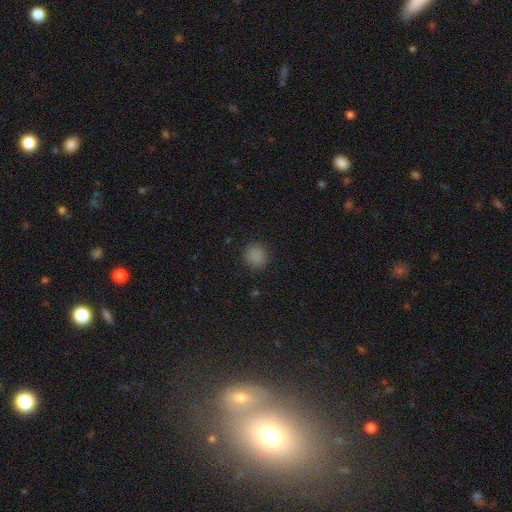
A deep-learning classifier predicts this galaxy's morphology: A smooth galaxy with no disk features (85%) that is round (85%).

Vote fractions:
- Smooth or featured? smooth: 85% / star or artifact: 12% / featured or disk: 3%
- How rounded? round: 85% / in between: 14% / cigar-shaped: 1%
- Merging? none: 88% / minor disturbance: 9% / major disturbance: 3% / merger: 1%